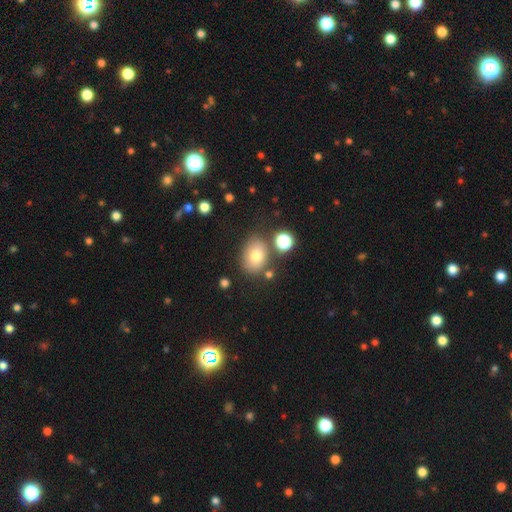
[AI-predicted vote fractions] Q: Smooth or featured?
A: smooth (74%); runner-up: featured or disk (15%)
Q: How rounded?
A: in between (62%); runner-up: round (37%)
Q: Merging?
A: none (72%); runner-up: minor disturbance (15%)